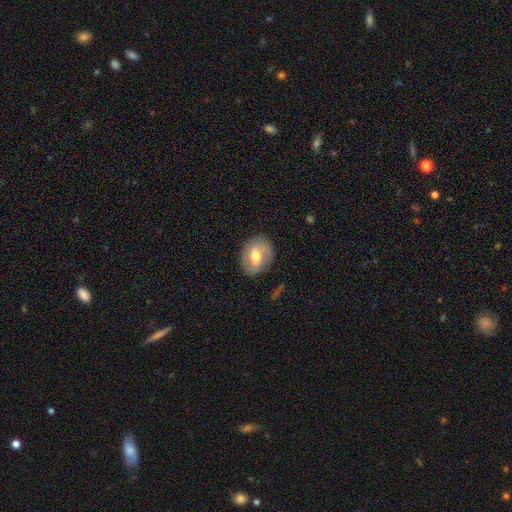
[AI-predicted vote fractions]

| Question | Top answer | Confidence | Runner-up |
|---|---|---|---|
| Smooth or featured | featured or disk | 49% | smooth (45%) |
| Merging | none | 80% | minor disturbance (14%) |